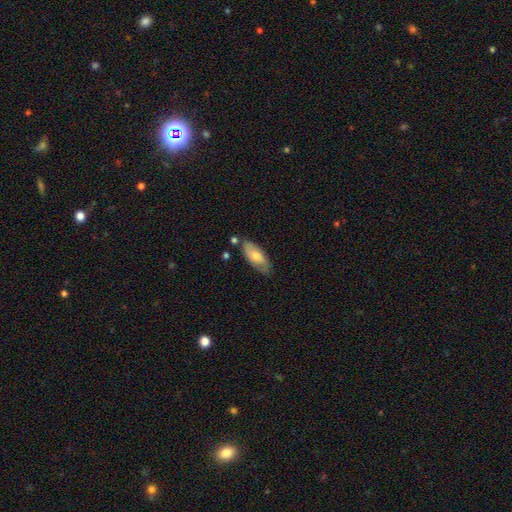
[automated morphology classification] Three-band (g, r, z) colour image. It shows a smooth galaxy with no disk features (67%) that is in between round and cigar-shaped (84%). Merging: none (72%).